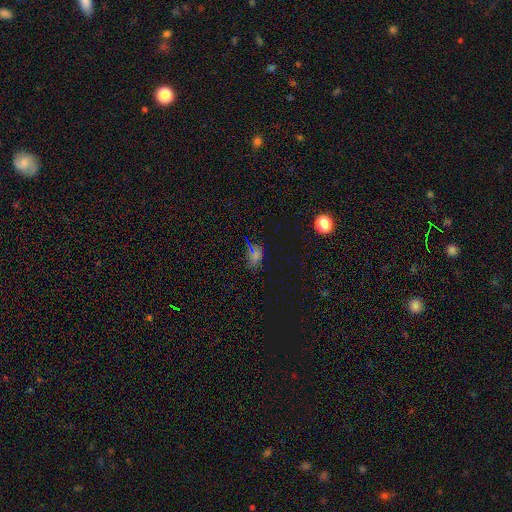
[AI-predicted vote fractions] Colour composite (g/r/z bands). It shows a star or artifact, not a galaxy (46%).